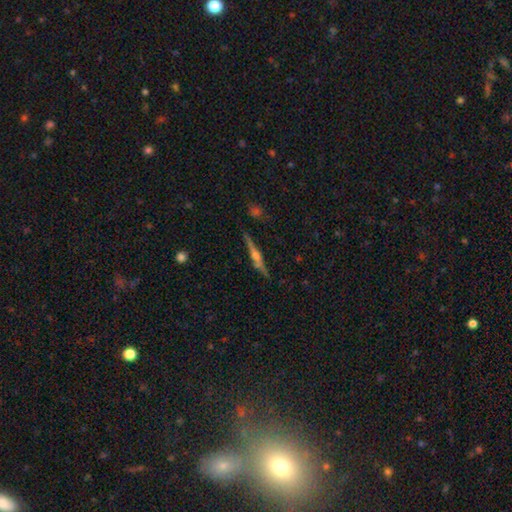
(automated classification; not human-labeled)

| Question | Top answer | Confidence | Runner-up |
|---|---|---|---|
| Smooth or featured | featured or disk | 76% | smooth (17%) |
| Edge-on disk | yes | 98% | no (2%) |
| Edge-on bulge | rounded | 85% | boxy (8%) |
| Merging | none | 86% | minor disturbance (10%) |